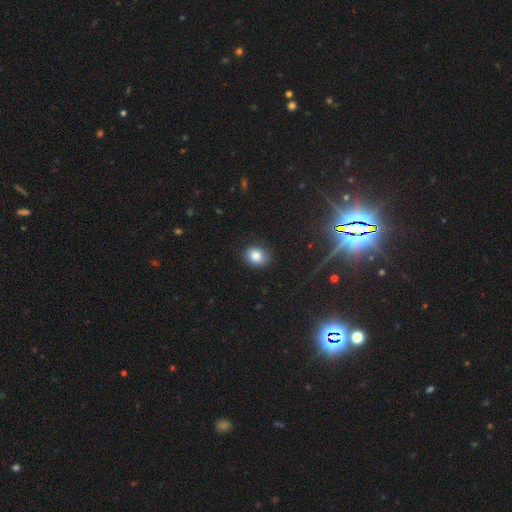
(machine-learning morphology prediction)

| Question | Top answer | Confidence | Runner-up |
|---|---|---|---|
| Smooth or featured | smooth | 84% | star or artifact (10%) |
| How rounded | round | 60% | in between (39%) |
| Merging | none | 83% | minor disturbance (13%) |